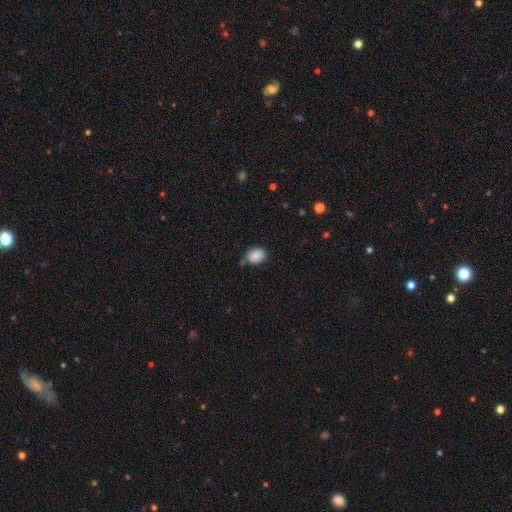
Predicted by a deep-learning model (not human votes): A smooth galaxy with no disk features (88%) that is in between round and cigar-shaped (61%).

Vote fractions:
- Smooth or featured? smooth: 88% / star or artifact: 8% / featured or disk: 4%
- How rounded? in between: 61% / round: 38% / cigar-shaped: 1%
- Merging? none: 68% / minor disturbance: 22% / merger: 6% / major disturbance: 5%